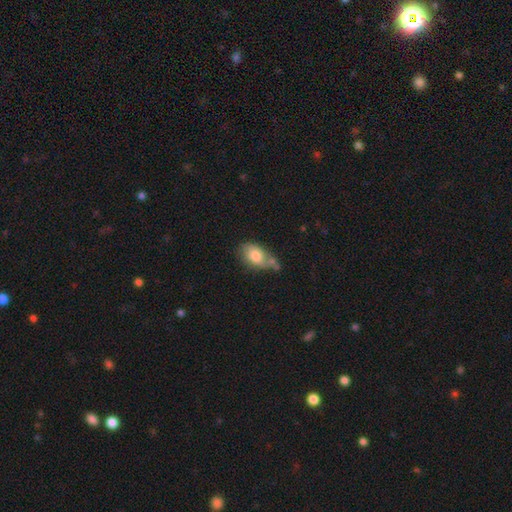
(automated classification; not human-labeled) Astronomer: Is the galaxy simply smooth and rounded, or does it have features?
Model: smooth — 74%.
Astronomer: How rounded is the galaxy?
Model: in between — 87%.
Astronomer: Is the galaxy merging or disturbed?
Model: none — 42% (runner-up: minor disturbance, 29%).